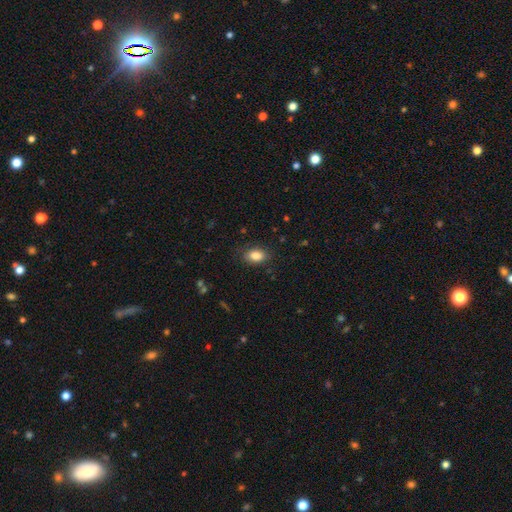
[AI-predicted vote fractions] smooth 87%, star or artifact 8%, featured or disk 5%. Down the decision tree: how rounded — in between (87%); merging — none (83%).